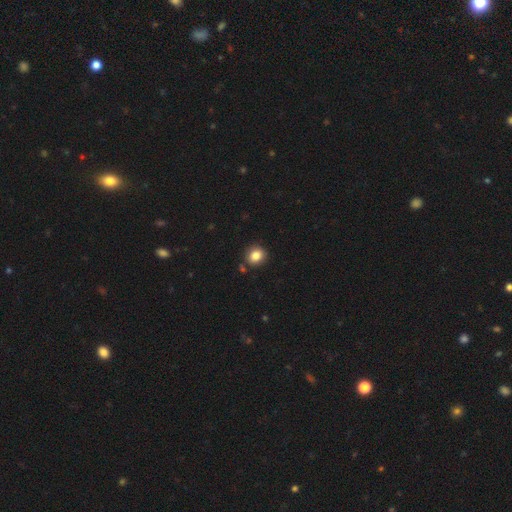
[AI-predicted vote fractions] A smooth galaxy with no disk features (84%) that is round (78%).

Vote fractions:
- Smooth or featured? smooth: 84% / star or artifact: 10% / featured or disk: 5%
- How rounded? round: 78% / in between: 21% / cigar-shaped: 1%
- Merging? none: 83% / minor disturbance: 10% / merger: 4% / major disturbance: 2%